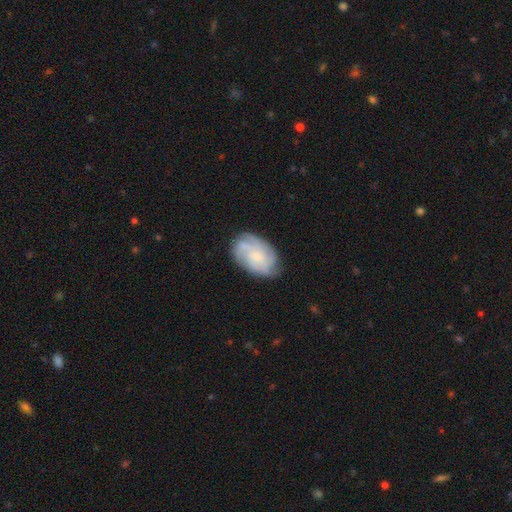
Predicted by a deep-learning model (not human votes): Overall: featured or disk (65%; smooth 28%). Edge-on disk: no (97%). Bar: no (72%). Spiral arms: yes (90%). Spiral arm count: can't tell (35%; 3 23%). Spiral winding: tight (51%; medium 36%). Bulge size: small (63%). Merging: none (73%).